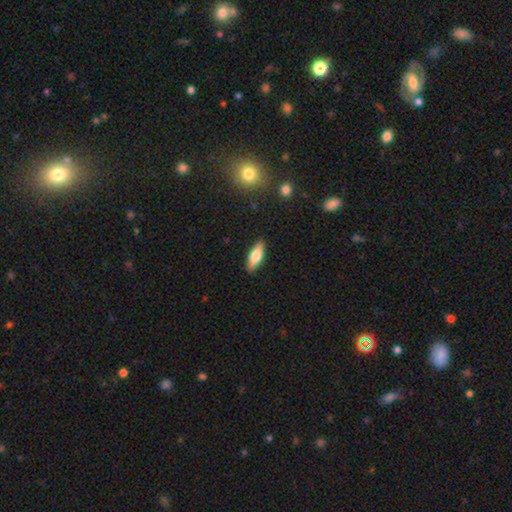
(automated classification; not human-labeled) Smooth or featured? smooth (68%)
How rounded? in between (62%)
Merging? none (88%)